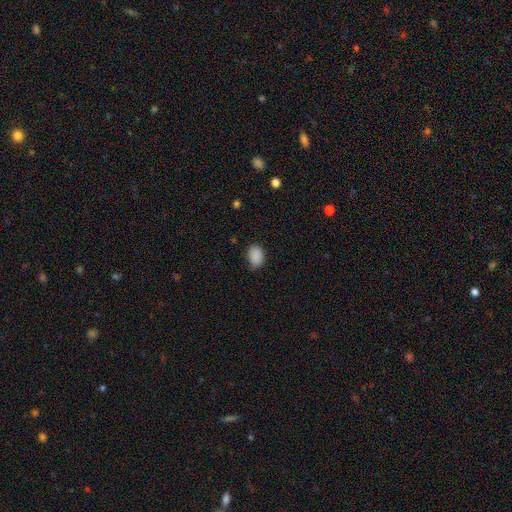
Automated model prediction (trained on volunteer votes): This appears to be a smooth galaxy with no disk features (89%) that is in between round and cigar-shaped (77%). Merging: none (76%).